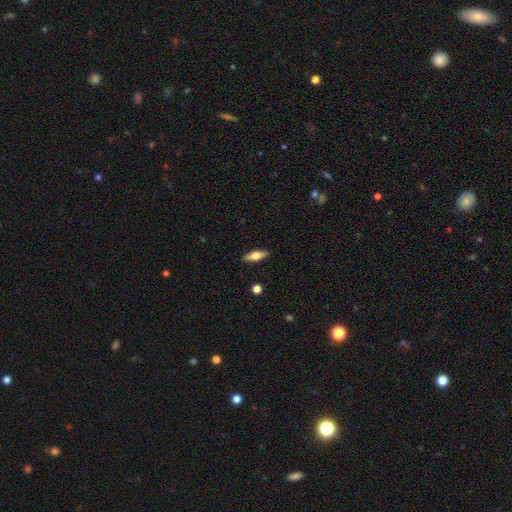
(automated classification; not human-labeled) Overall: smooth (59%; featured or disk 35%). How rounded: in between (57%; cigar-shaped 40%). Merging: none (90%).